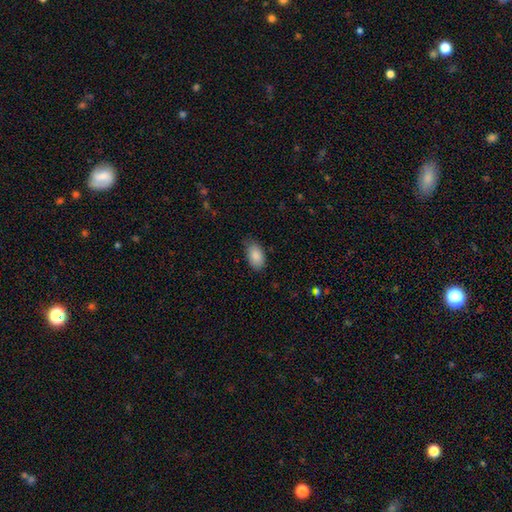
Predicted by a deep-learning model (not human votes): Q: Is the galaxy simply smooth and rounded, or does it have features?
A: smooth — 88%.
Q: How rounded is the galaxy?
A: in between — 93%.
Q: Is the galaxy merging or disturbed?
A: none — 71%.